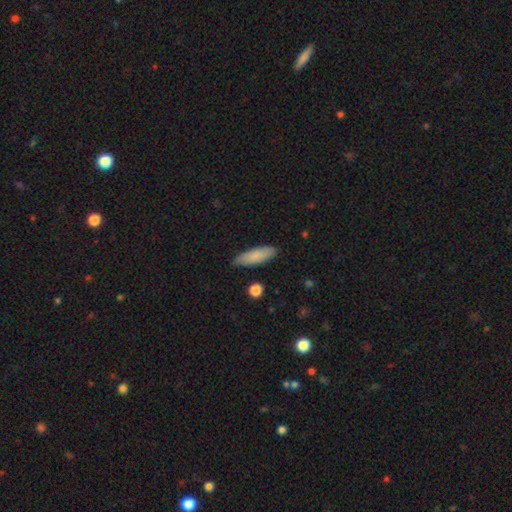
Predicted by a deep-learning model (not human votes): Smooth or featured: smooth — 85% (featured or disk — 9%)
How rounded: cigar-shaped — 55% (in between — 43%)
Merging: none — 82% (minor disturbance — 14%)